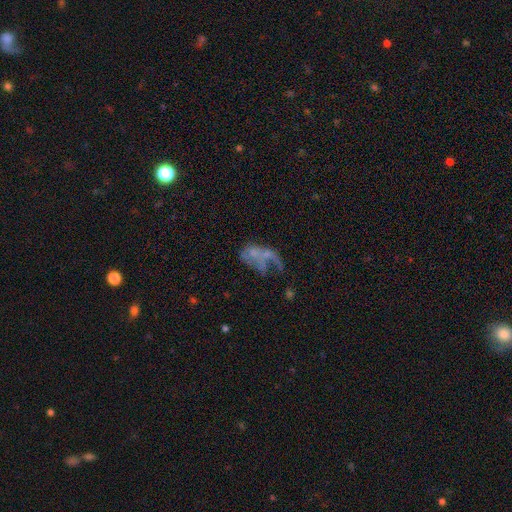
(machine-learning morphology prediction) A featured or disk galaxy (54%) with no bar (87%), no spiral arms (78%) and no central bulge (69%). Merging: major disturbance (47%).